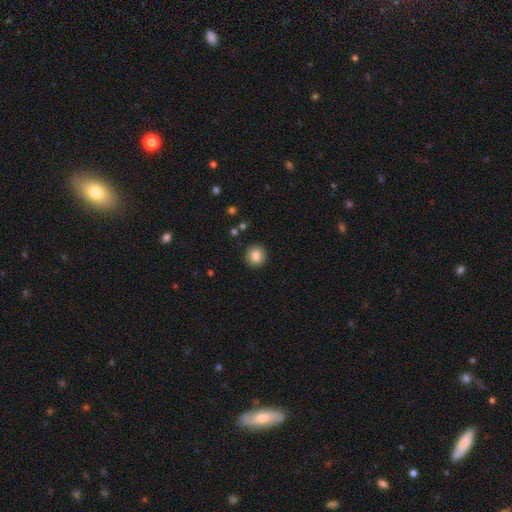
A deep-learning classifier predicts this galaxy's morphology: Q: Smooth or featured?
A: smooth (84%); runner-up: star or artifact (9%)
Q: How rounded?
A: round (91%); runner-up: in between (9%)
Q: Merging?
A: none (91%); runner-up: minor disturbance (6%)